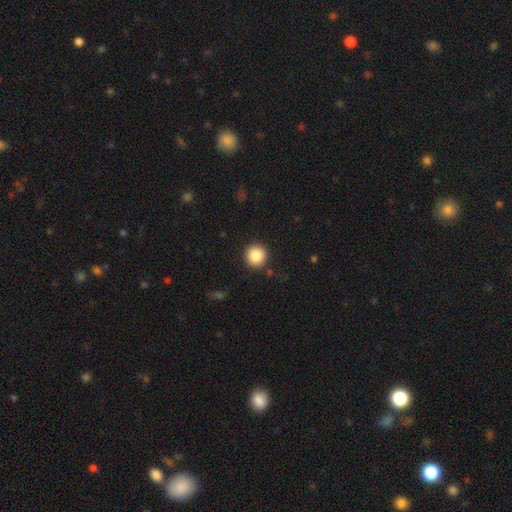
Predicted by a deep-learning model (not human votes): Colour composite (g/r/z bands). It shows a smooth galaxy with no disk features (86%) that is round (95%). Merging: none (90%).